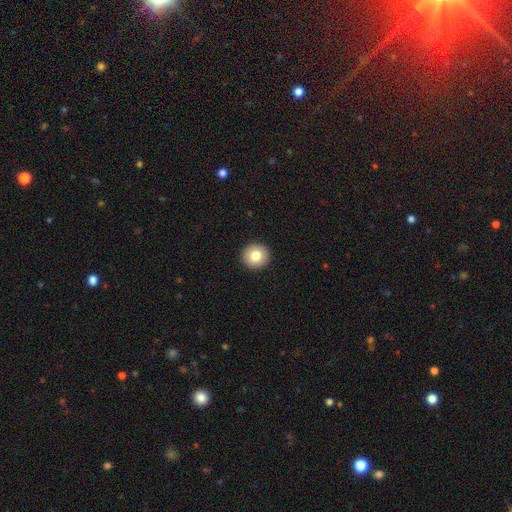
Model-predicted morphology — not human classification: smooth_or_featured: smooth (p=0.80) [alt: featured or disk p=0.11]
how_rounded: round (p=0.93) [alt: in between p=0.06]
merging: none (p=0.93) [alt: minor disturbance p=0.04]